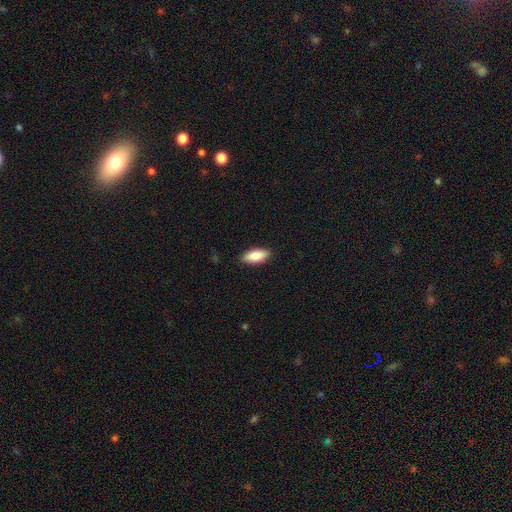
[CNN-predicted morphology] smooth-or-featured: smooth: 85% | featured or disk: 9% | star or artifact: 6%
  how-rounded: in between: 83% | cigar-shaped: 15% | round: 2%
  merging: none: 88% | minor disturbance: 9% | major disturbance: 2% | merger: 1%